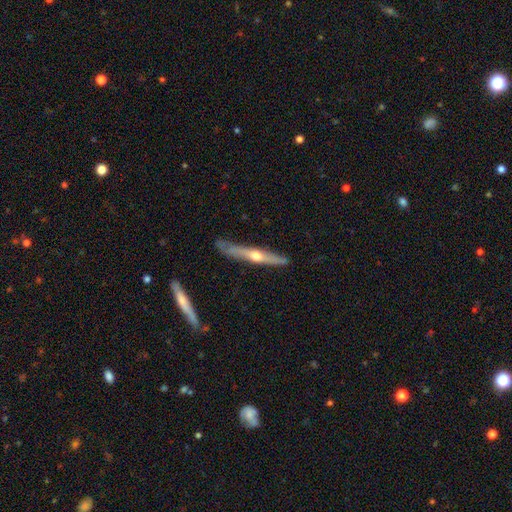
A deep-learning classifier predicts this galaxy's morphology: This appears to be a featured or disk galaxy (71%) viewed edge-on (95%) with a rounded central bulge (89%). Merging: none (82%).